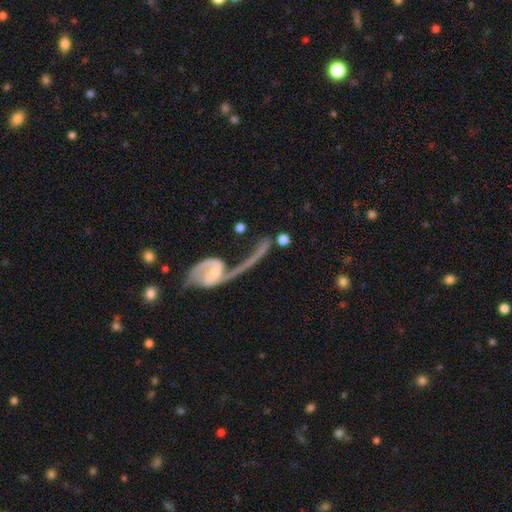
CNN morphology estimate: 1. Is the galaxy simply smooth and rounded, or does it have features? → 75% featured or disk, 15% smooth, 10% star or artifact.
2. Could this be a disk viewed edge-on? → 89% no, 11% yes.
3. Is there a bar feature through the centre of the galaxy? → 50% no, 33% weak, 17% strong.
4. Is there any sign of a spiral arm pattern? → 79% yes, 21% no.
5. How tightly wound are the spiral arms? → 70% loose, 21% medium, 9% tight.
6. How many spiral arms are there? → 62% 2, 29% 1, 5% can't tell, 1% 3, 1% 4, 1% more than 4.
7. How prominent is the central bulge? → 55% small, 21% moderate, 19% none, 3% large, 2% dominant.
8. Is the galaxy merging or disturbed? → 33% major disturbance, 29% none, 24% merger, 13% minor disturbance.